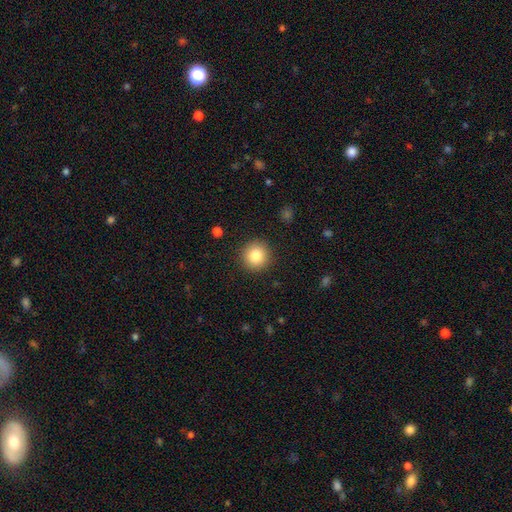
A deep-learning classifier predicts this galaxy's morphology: A smooth galaxy with no disk features (83%) that is round (95%).

Vote fractions:
- Smooth or featured? smooth: 83% / star or artifact: 10% / featured or disk: 7%
- How rounded? round: 95% / in between: 4% / cigar-shaped: 1%
- Merging? none: 91% / minor disturbance: 6% / major disturbance: 2% / merger: 1%